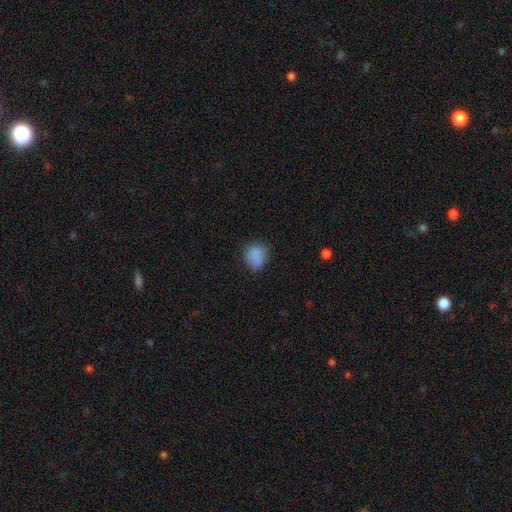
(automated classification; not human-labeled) Smooth or featured? smooth (84%)
How rounded? round (60%)
Merging? none (64%)